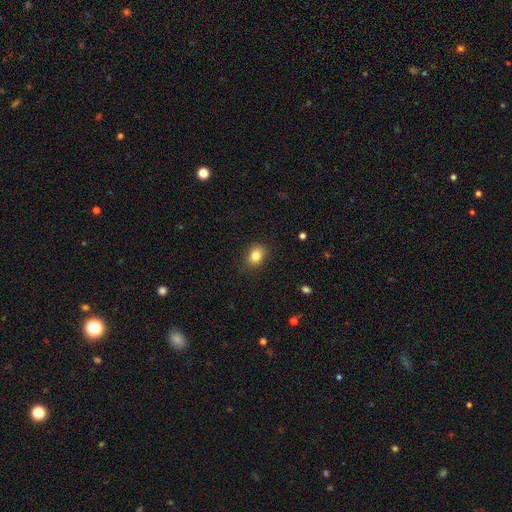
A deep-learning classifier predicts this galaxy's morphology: Smooth or featured?
  - smooth: 84% *
  - star or artifact: 10%
  - featured or disk: 7%
How rounded?
  - in between: 65% *
  - round: 34%
  - cigar-shaped: 1%
Merging?
  - none: 85% *
  - minor disturbance: 11%
  - major disturbance: 3%
  - merger: 1%